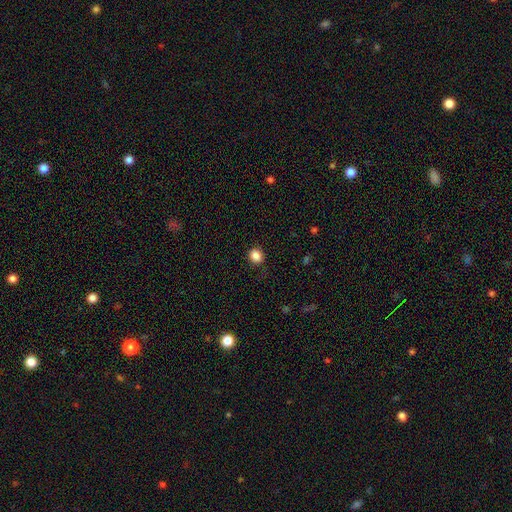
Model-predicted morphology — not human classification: Smooth or featured: smooth — 86% (star or artifact — 11%)
How rounded: round — 72% (in between — 27%)
Merging: none — 84% (minor disturbance — 11%)